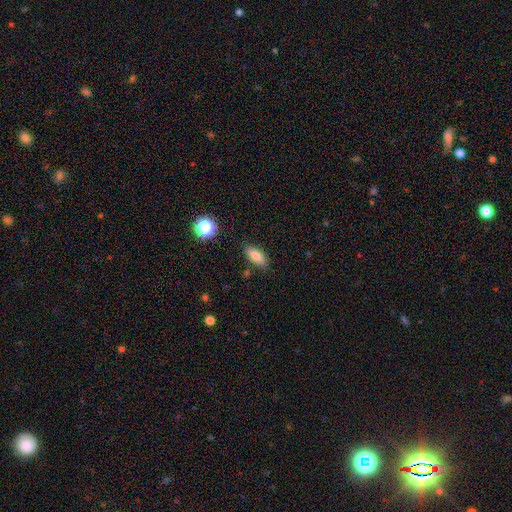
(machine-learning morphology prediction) A smooth galaxy with no disk features (81%) that is in between round and cigar-shaped (80%).

Vote fractions:
- Smooth or featured? smooth: 81% / star or artifact: 10% / featured or disk: 10%
- How rounded? in between: 80% / cigar-shaped: 15% / round: 5%
- Merging? none: 85% / minor disturbance: 11% / major disturbance: 3% / merger: 2%